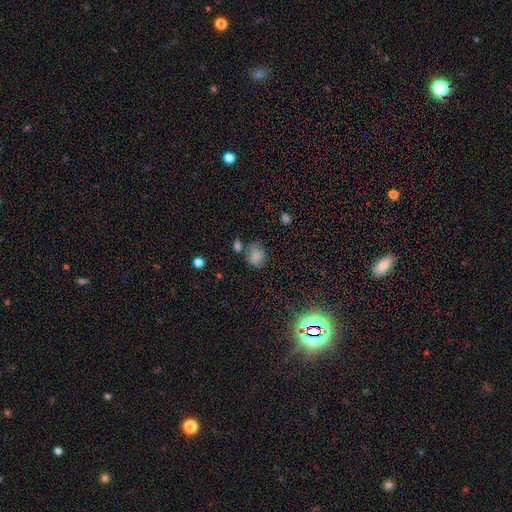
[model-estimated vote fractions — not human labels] Morphology: type=smooth (66%); roundness=round (50%); merging=none (46%).